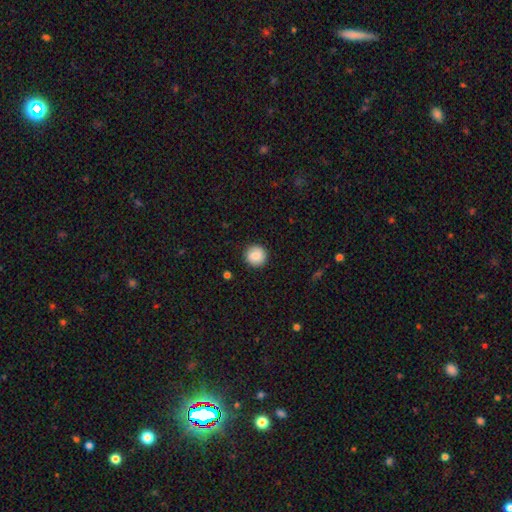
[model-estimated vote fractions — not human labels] Q: Smooth or featured?
A: smooth (85%); runner-up: star or artifact (8%)
Q: How rounded?
A: round (94%); runner-up: in between (5%)
Q: Merging?
A: none (90%); runner-up: minor disturbance (7%)